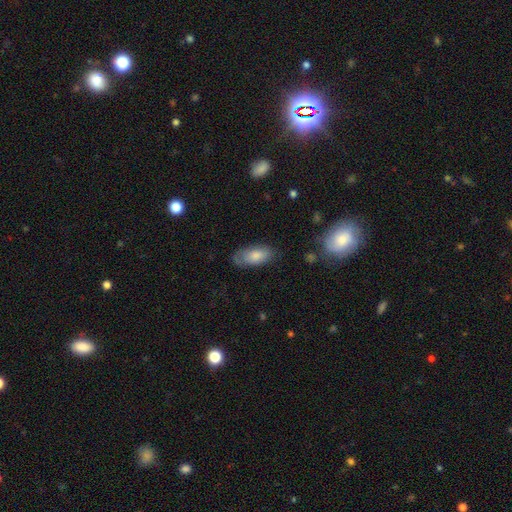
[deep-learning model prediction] smooth_or_featured: smooth (p=0.76) [alt: featured or disk p=0.17]
how_rounded: in between (p=0.90) [alt: cigar-shaped p=0.07]
merging: none (p=0.69) [alt: minor disturbance p=0.23]